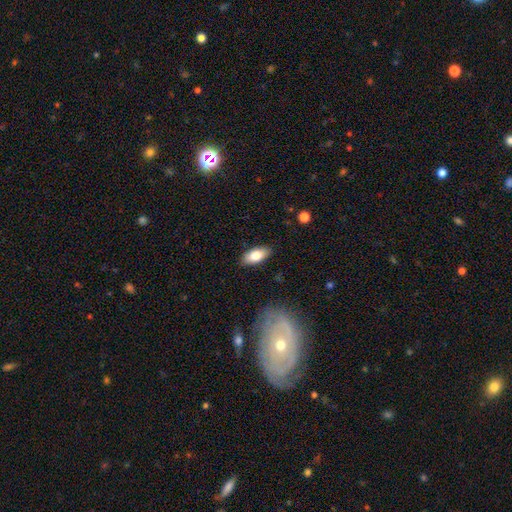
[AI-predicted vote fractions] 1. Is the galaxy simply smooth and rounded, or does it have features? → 80% smooth, 14% featured or disk, 7% star or artifact.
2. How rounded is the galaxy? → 88% in between, 9% cigar-shaped, 3% round.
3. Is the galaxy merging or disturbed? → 87% none, 10% minor disturbance, 2% major disturbance, 1% merger.